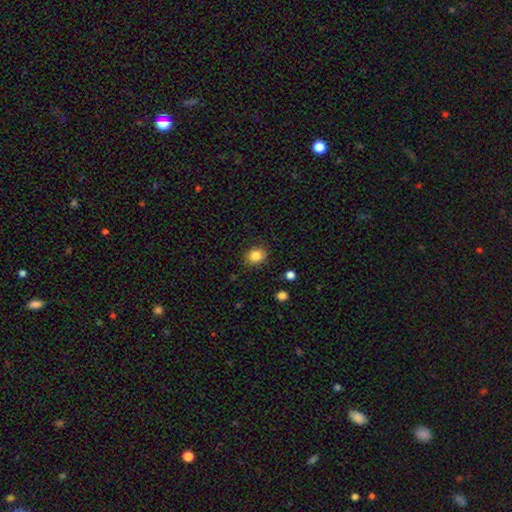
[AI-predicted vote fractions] Smooth or featured: smooth — 85% (star or artifact — 10%)
How rounded: round — 60% (in between — 39%)
Merging: none — 84% (minor disturbance — 11%)